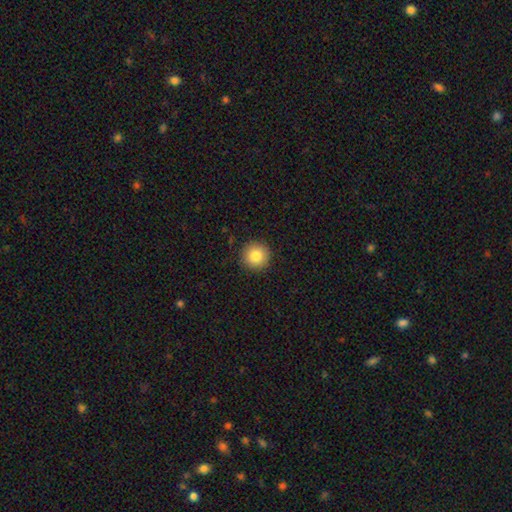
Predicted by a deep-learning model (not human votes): smooth_or_featured: smooth (p=0.84) [alt: star or artifact p=0.09]
how_rounded: round (p=0.96) [alt: in between p=0.03]
merging: none (p=0.92) [alt: minor disturbance p=0.05]